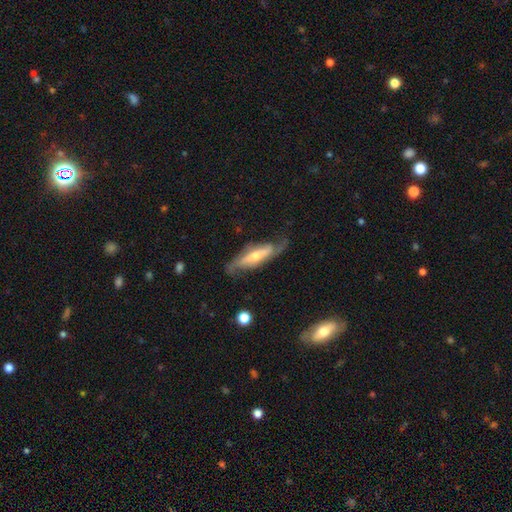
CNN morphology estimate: Q: Smooth or featured?
A: featured or disk (75%); runner-up: smooth (19%)
Q: Edge-on disk?
A: no (68%); runner-up: yes (32%)
Q: Bar?
A: no (39%); runner-up: weak (31%)
Q: Spiral arms?
A: yes (90%); runner-up: no (10%)
Q: Bulge size?
A: moderate (51%); runner-up: small (42%)
Q: Merging?
A: none (66%); runner-up: minor disturbance (22%)